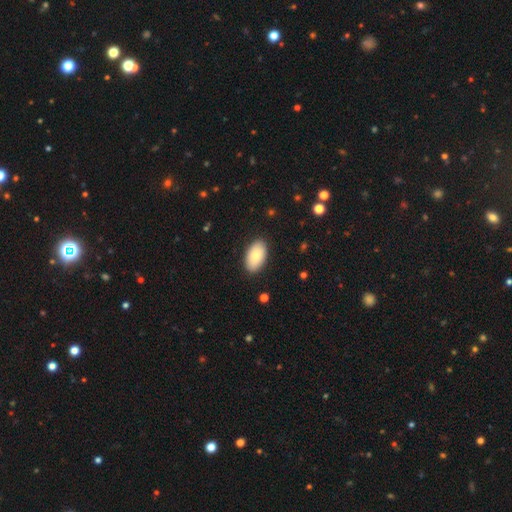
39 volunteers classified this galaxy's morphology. This appears to be a smooth galaxy with no disk features (90%) that is in between round and cigar-shaped (94%). Merging: none (87%).